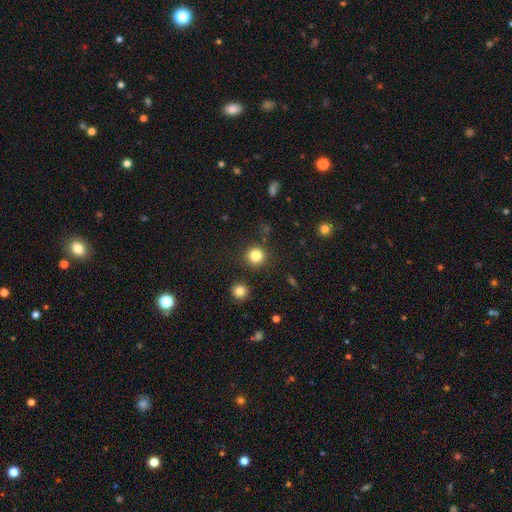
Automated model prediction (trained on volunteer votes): smooth-or-featured: smooth: 82% | star or artifact: 13% | featured or disk: 5%
  how-rounded: round: 91% | in between: 8% | cigar-shaped: 1%
  merging: none: 88% | minor disturbance: 7% | merger: 3% | major disturbance: 3%